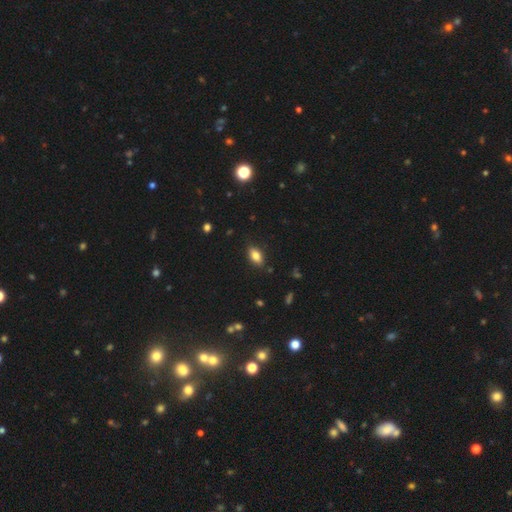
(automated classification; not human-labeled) smooth-or-featured: smooth: 82% | star or artifact: 9% | featured or disk: 9%
  how-rounded: in between: 89% | round: 7% | cigar-shaped: 4%
  merging: none: 86% | minor disturbance: 11% | major disturbance: 2% | merger: 1%